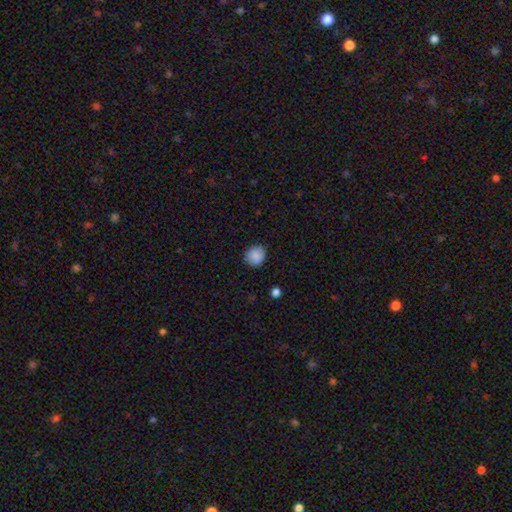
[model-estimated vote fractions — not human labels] Overall: smooth (88%). How rounded: round (86%). Merging: none (88%).